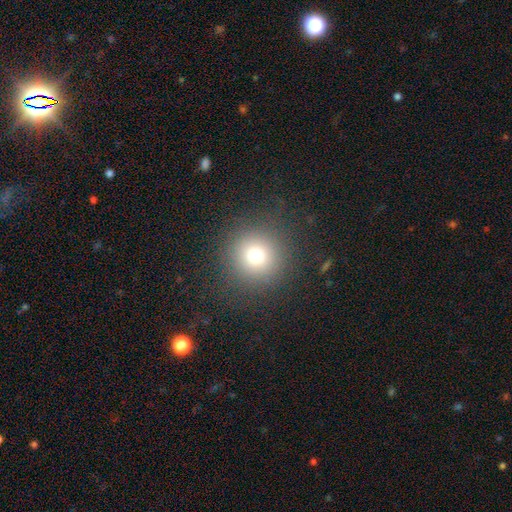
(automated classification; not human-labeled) A smooth galaxy with no disk features (75%) that is round (94%). Merging: none (88%).